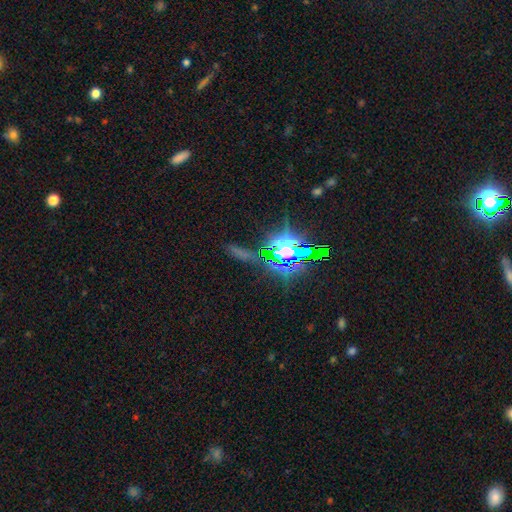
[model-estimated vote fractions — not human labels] Smooth or featured? star or artifact (80%)